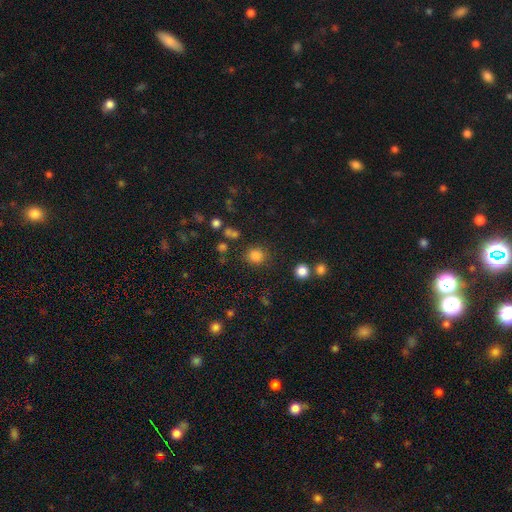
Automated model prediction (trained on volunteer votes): smooth-or-featured: smooth: 82% | star or artifact: 14% | featured or disk: 4%
  how-rounded: round: 86% | in between: 13% | cigar-shaped: 1%
  merging: none: 82% | minor disturbance: 10% | major disturbance: 4% | merger: 4%